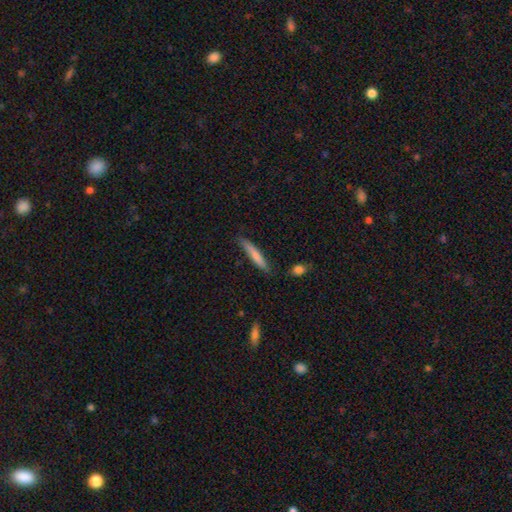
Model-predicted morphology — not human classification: This appears to be a smooth galaxy with no disk features (75%) that is cigar-shaped (92%). Merging: none (79%).